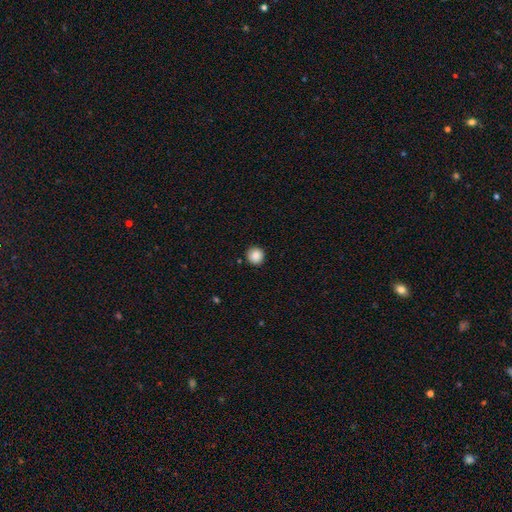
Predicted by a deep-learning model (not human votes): Smooth or featured? Predicted: smooth (p=0.88). How rounded? Predicted: round (p=0.95). Merging? Predicted: none (p=0.92).